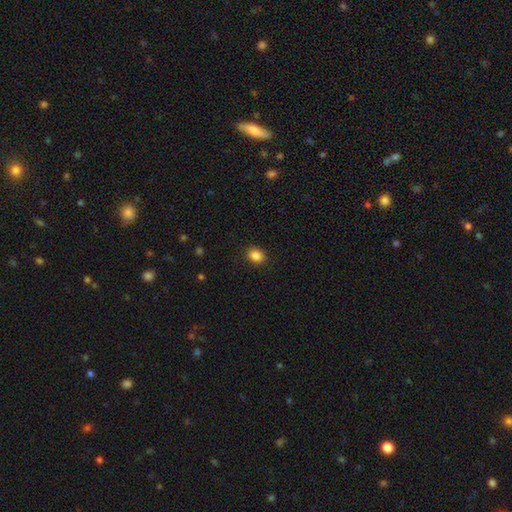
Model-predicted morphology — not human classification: smooth_or_featured: smooth (p=0.86) [alt: star or artifact p=0.10]
how_rounded: in between (p=0.55) [alt: round p=0.44]
merging: none (p=0.90) [alt: minor disturbance p=0.07]